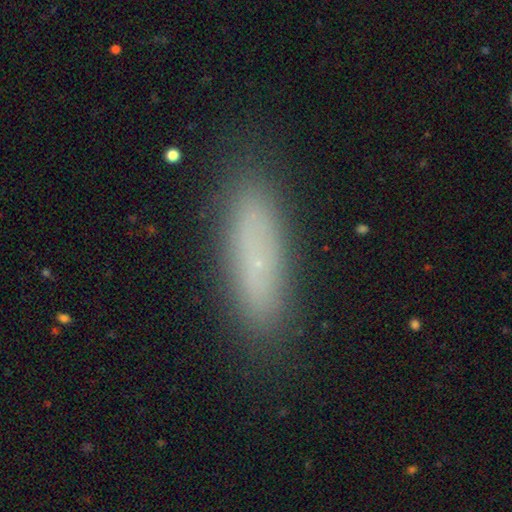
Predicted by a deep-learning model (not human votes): This appears to be a smooth galaxy with no disk features (68%) that is cigar-shaped (65%). Merging: none (87%).